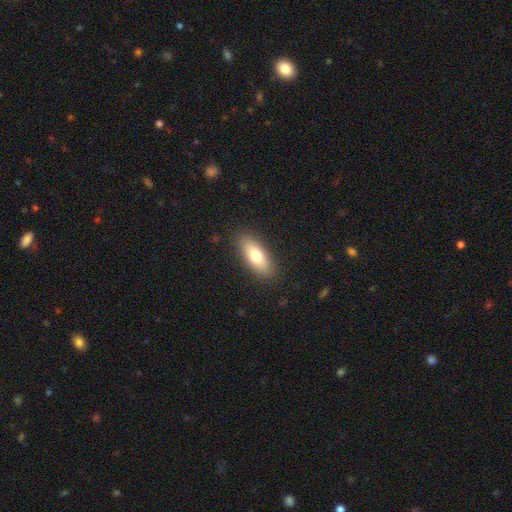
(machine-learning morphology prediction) Q: Smooth or featured?
A: smooth (74%); runner-up: featured or disk (20%)
Q: How rounded?
A: in between (76%); runner-up: cigar-shaped (21%)
Q: Merging?
A: none (87%); runner-up: minor disturbance (9%)